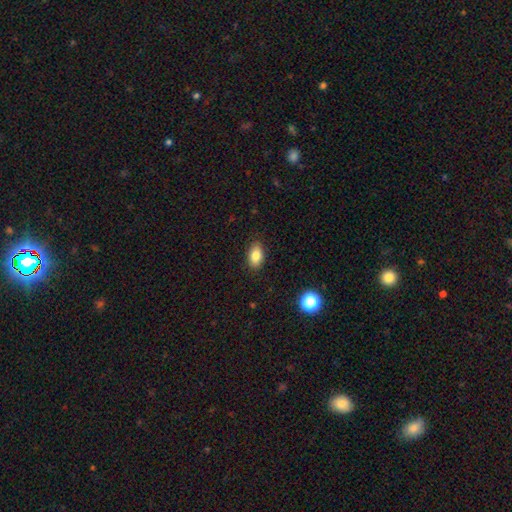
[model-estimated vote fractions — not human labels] The model was most divided on "smooth or featured": smooth: 82%, featured or disk: 9%, star or artifact: 9%. More confident: how rounded — in between (90%); merging — none (88%).